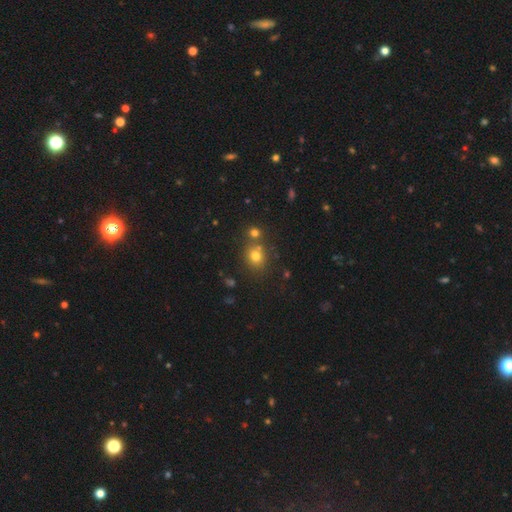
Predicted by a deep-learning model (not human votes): This appears to be a smooth galaxy with no disk features (73%) that is round (74%). Merging: none (63%).